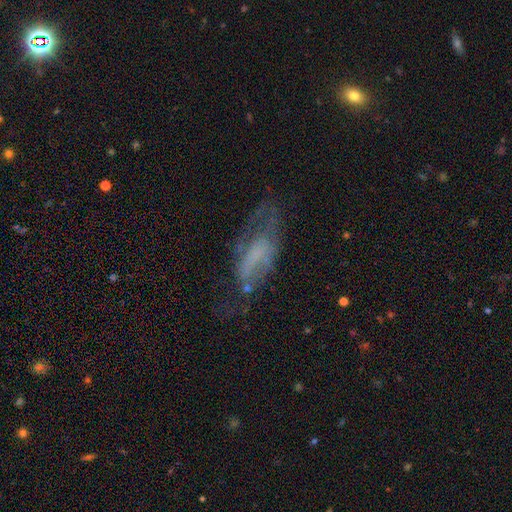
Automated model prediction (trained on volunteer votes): A featured or disk galaxy (51%). Merging: none (38%).